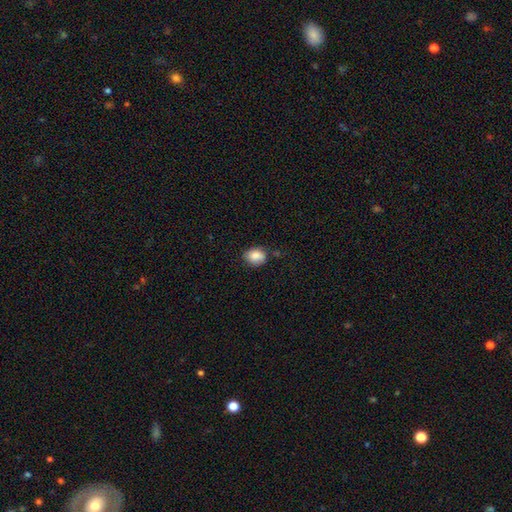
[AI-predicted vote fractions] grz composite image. It shows a smooth galaxy with no disk features (84%) that is round (50%). Merging: none (75%).